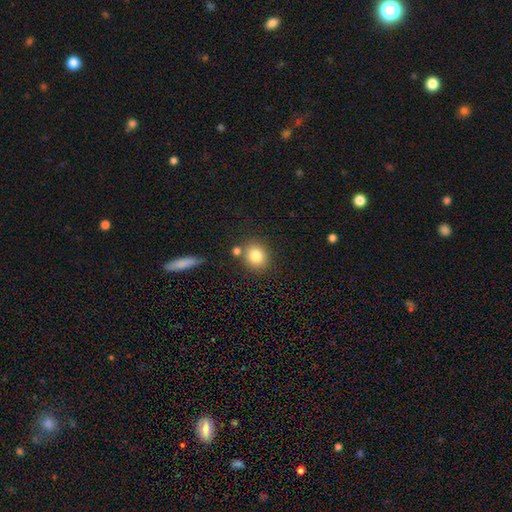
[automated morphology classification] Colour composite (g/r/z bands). It shows a smooth galaxy with no disk features (82%) that is round (82%). Merging: none (76%).